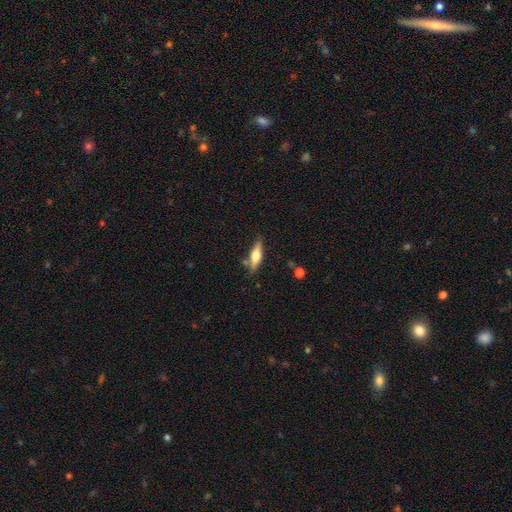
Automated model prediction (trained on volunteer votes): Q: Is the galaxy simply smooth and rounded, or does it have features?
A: smooth — 50%.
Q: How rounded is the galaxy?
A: cigar-shaped — 55%.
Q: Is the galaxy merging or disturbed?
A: none — 76%.